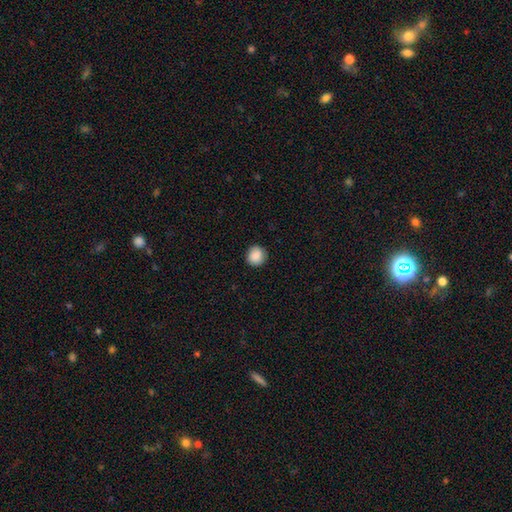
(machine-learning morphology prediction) A smooth galaxy with no disk features (89%) that is round (91%).

Vote fractions:
- Smooth or featured? smooth: 89% / star or artifact: 8% / featured or disk: 3%
- How rounded? round: 91% / in between: 8% / cigar-shaped: 1%
- Merging? none: 89% / minor disturbance: 8% / major disturbance: 2% / merger: 1%